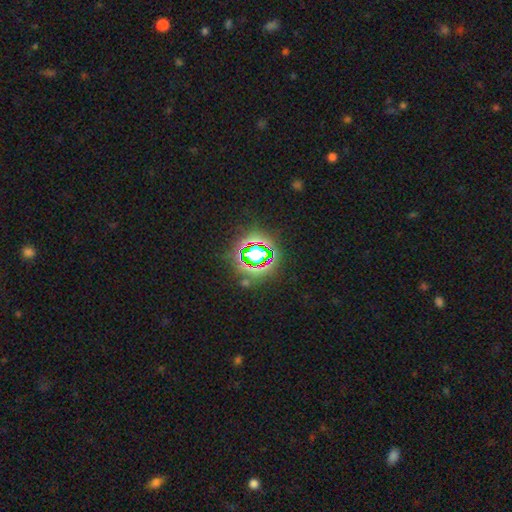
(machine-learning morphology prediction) smooth_or_featured: star or artifact (p=0.72) [alt: smooth p=0.17]